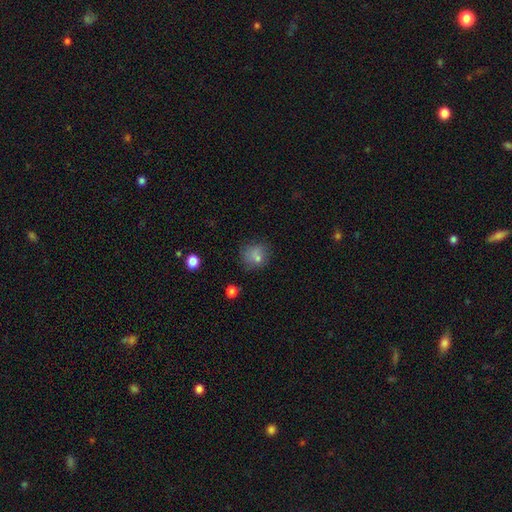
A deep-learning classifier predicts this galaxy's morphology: smooth 75%, star or artifact 13%, featured or disk 12%. Down the decision tree: how rounded — round (76%); merging — none (62%).